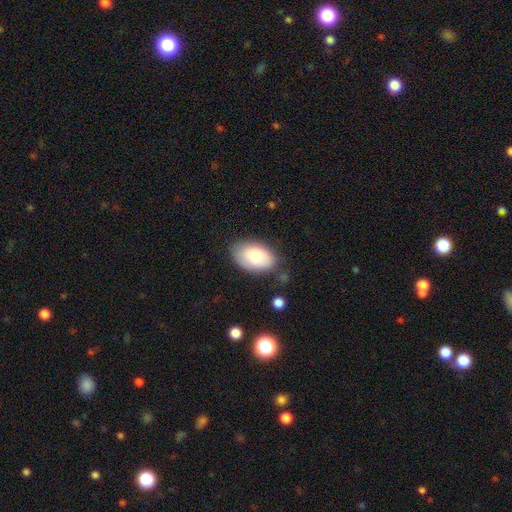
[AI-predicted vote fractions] smooth 80%, featured or disk 13%, star or artifact 7%. Down the decision tree: how rounded — in between (92%); merging — none (74%).